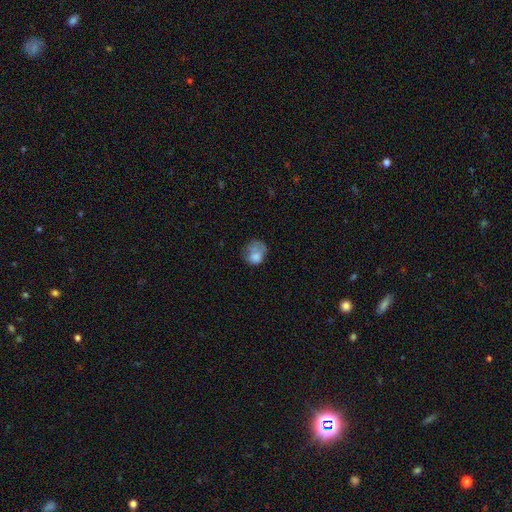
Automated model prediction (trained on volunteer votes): smooth_or_featured: smooth (p=0.72) [alt: featured or disk p=0.18]
how_rounded: round (p=0.58) [alt: in between p=0.41]
merging: none (p=0.38) [alt: minor disturbance p=0.31]